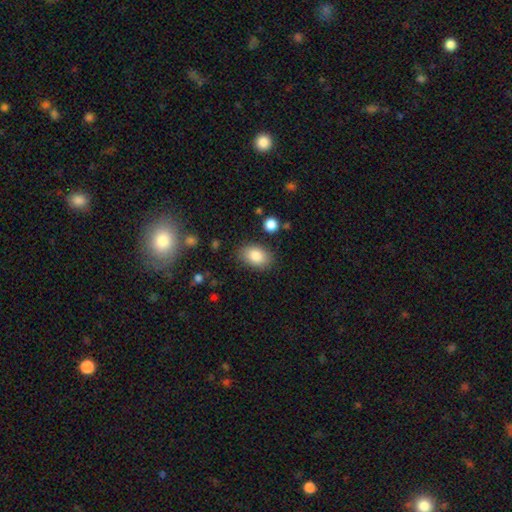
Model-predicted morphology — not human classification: Overall: smooth (86%). How rounded: in between (86%). Merging: none (83%).